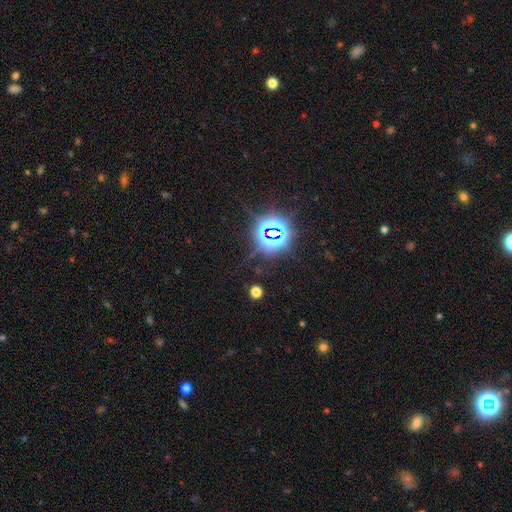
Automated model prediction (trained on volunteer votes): Q: Smooth or featured?
A: star or artifact (83%); runner-up: smooth (11%)